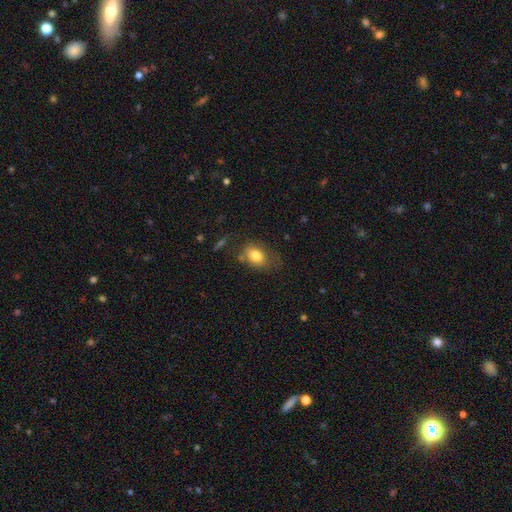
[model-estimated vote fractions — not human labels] smooth 79%, featured or disk 12%, star or artifact 9%. Down the decision tree: how rounded — in between (77%); merging — none (57%).